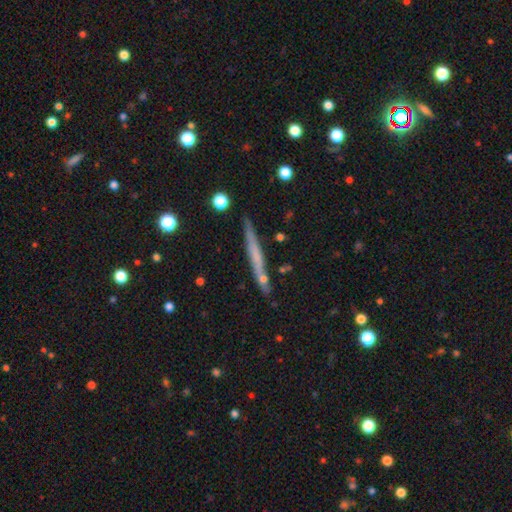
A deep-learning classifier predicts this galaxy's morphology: Smooth or featured? featured or disk (46%, tied with smooth)
Merging? none (84%)